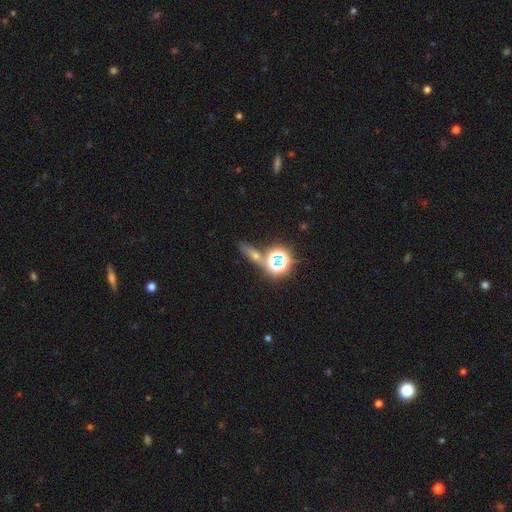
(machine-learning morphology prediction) Smooth or featured: smooth — 43% (star or artifact — 38%)
Merging: none — 64% (merger — 18%)